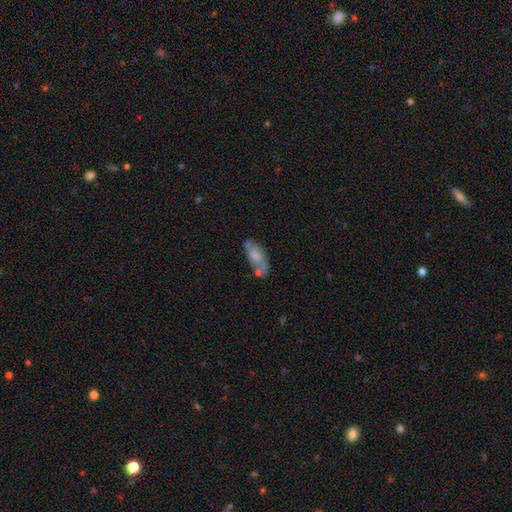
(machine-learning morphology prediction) A smooth galaxy with no disk features (56%) that is in between round and cigar-shaped (82%). Merging: none (52%).